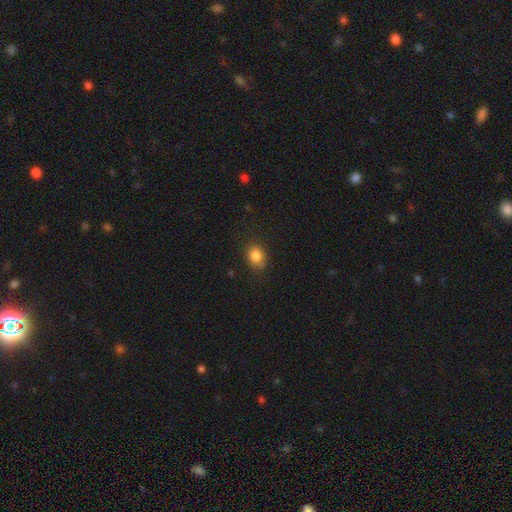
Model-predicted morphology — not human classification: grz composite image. It shows a smooth galaxy with no disk features (85%) that is in between round and cigar-shaped (52%). Merging: none (81%).